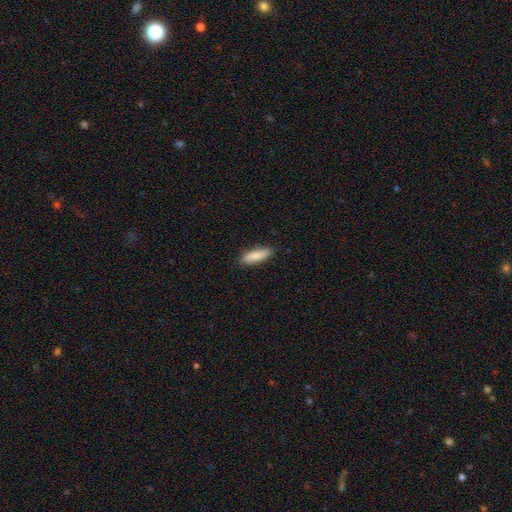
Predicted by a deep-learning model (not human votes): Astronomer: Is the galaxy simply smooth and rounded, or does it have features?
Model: smooth — 84%.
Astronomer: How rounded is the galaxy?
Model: cigar-shaped — 55% (runner-up: in between, 44%).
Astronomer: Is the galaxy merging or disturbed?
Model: none — 88%.